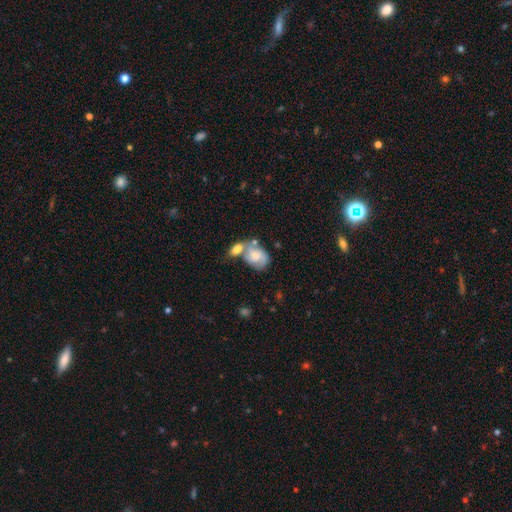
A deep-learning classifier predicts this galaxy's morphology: The model was most divided on "smooth or featured": smooth: 53%, featured or disk: 40%, star or artifact: 8%. More confident: how rounded — in between (76%); merging — merger (53%).